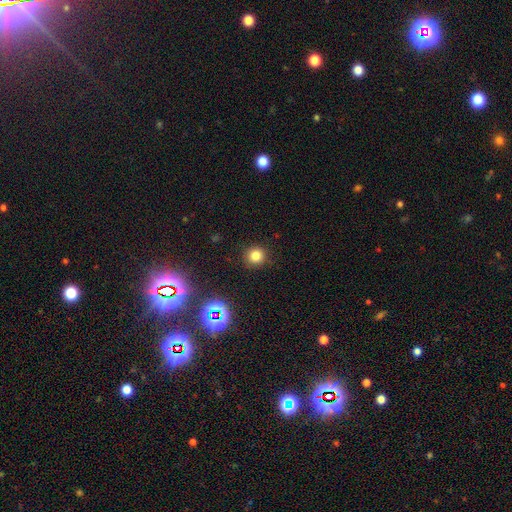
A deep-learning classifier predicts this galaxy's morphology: Smooth or featured? smooth (78%)
How rounded? round (93%)
Merging? none (90%)